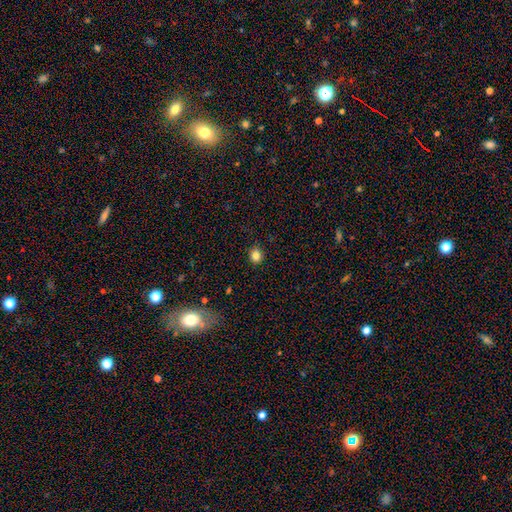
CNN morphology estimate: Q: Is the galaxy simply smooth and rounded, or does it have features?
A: smooth — 83%.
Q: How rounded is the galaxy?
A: round — 75%.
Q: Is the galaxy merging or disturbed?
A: none — 90%.